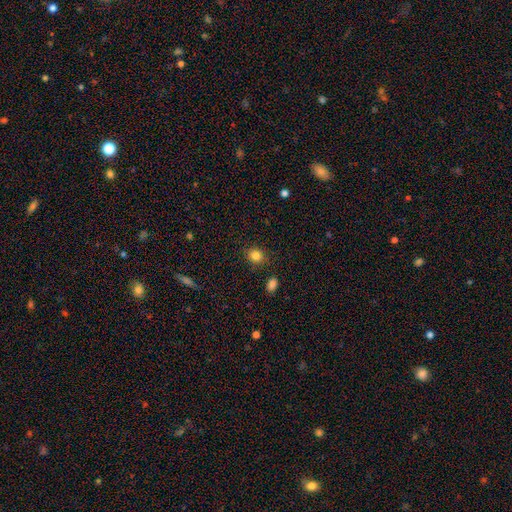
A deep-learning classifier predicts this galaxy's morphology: Smooth or featured: smooth — 84% (star or artifact — 11%)
How rounded: round — 72% (in between — 27%)
Merging: none — 85% (minor disturbance — 10%)